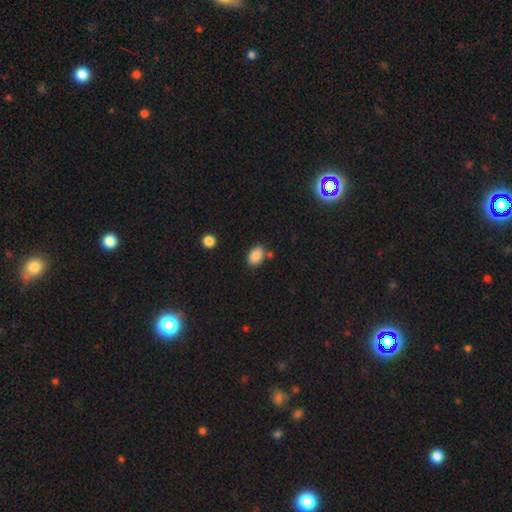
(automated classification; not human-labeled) Overall: smooth (88%). How rounded: in between (86%). Merging: none (75%).